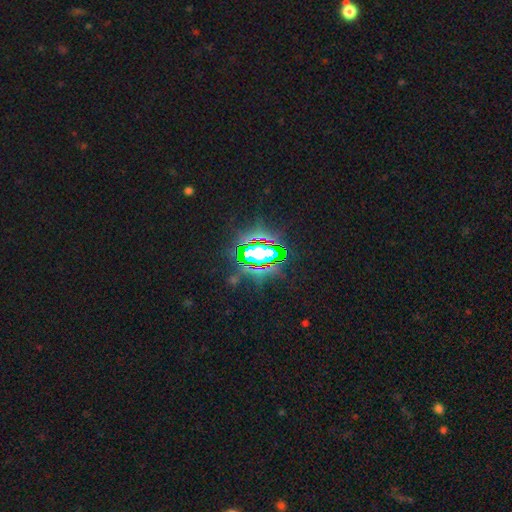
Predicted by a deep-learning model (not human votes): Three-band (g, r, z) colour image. It shows a star or artifact, not a galaxy (78%).